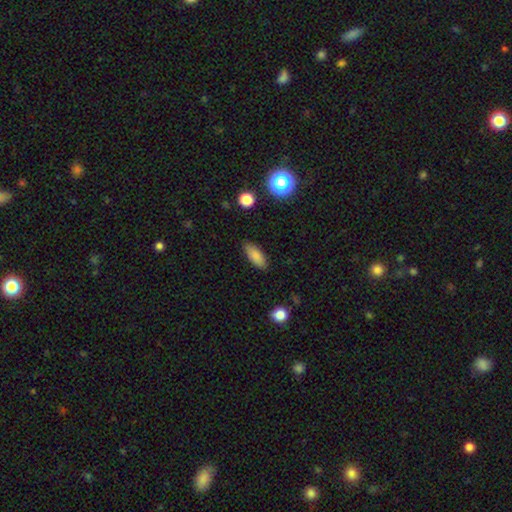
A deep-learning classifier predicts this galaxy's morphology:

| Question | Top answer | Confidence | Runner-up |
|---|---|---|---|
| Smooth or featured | smooth | 83% | featured or disk (8%) |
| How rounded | in between | 77% | cigar-shaped (20%) |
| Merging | none | 85% | minor disturbance (11%) |